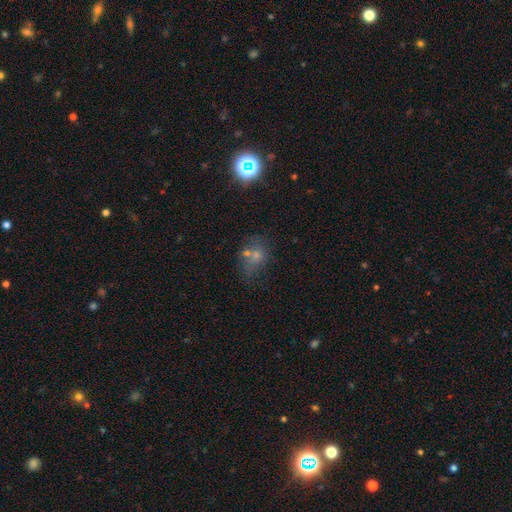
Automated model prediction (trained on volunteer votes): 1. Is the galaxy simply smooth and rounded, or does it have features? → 45% smooth, 35% star or artifact, 20% featured or disk.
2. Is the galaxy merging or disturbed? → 48% none, 24% merger, 16% minor disturbance, 11% major disturbance.